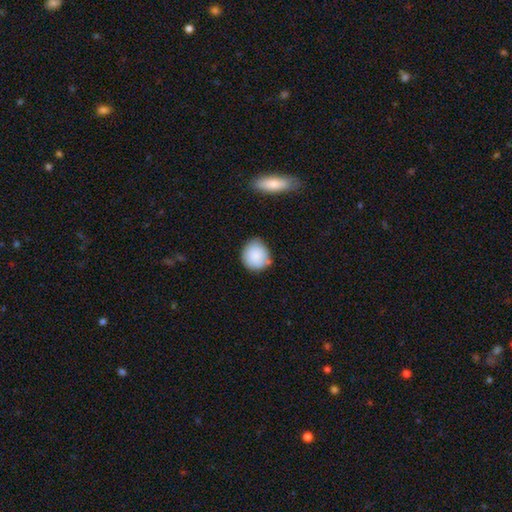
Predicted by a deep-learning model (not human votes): Morphology: type=smooth (87%); roundness=round (84%); merging=none (71%).